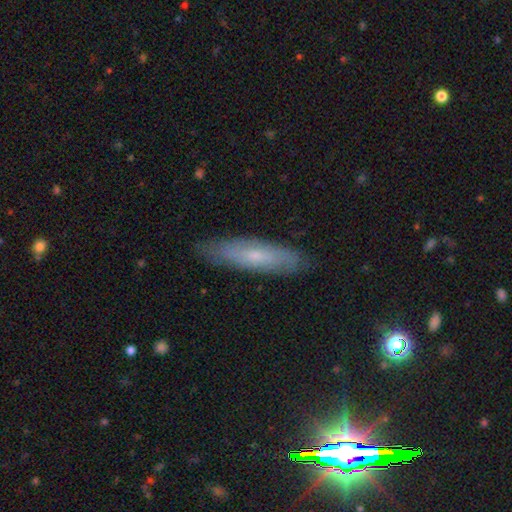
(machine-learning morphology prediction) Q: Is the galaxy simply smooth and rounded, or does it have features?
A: smooth — 53%.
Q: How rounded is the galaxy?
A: cigar-shaped — 70%.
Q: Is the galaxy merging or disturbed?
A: none — 82%.